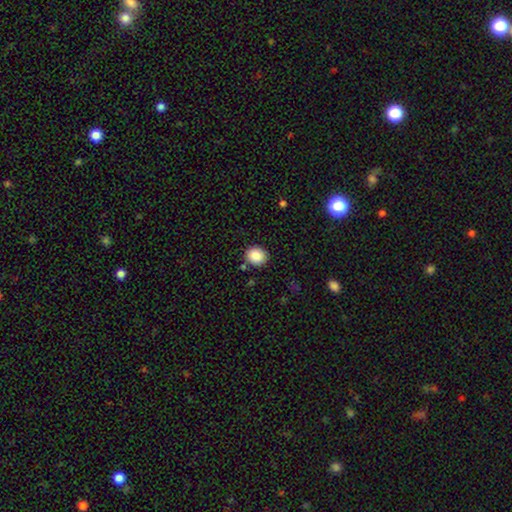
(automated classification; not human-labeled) Morphology: type=smooth (88%); roundness=round (73%); merging=none (86%).